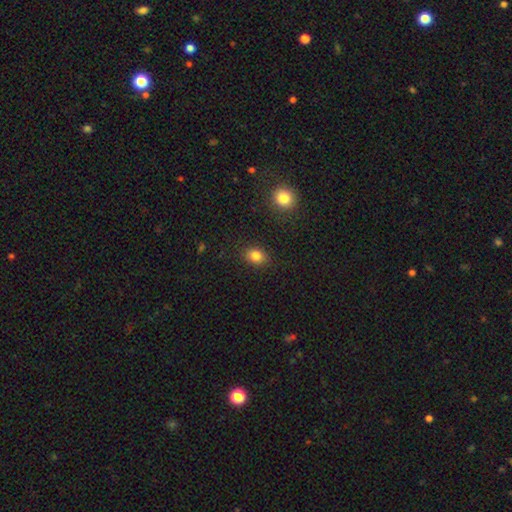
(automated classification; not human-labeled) Smooth or featured? Predicted: smooth (p=0.83). How rounded? Predicted: in between (p=0.62). Merging? Predicted: none (p=0.86).